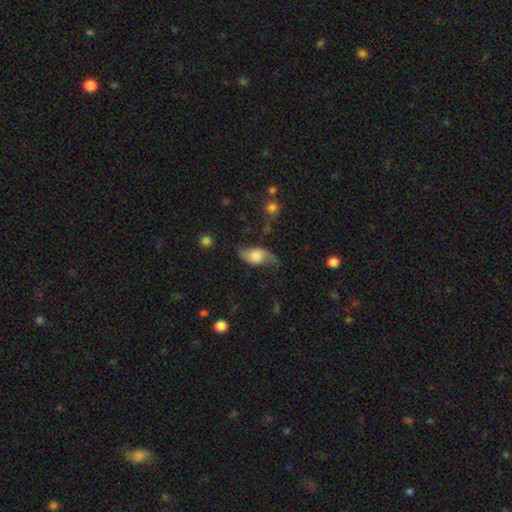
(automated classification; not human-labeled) This appears to be a featured or disk galaxy (55%) with no bar (68%), spiral arms (89%) and a large central bulge (35%). Merging: none (56%).